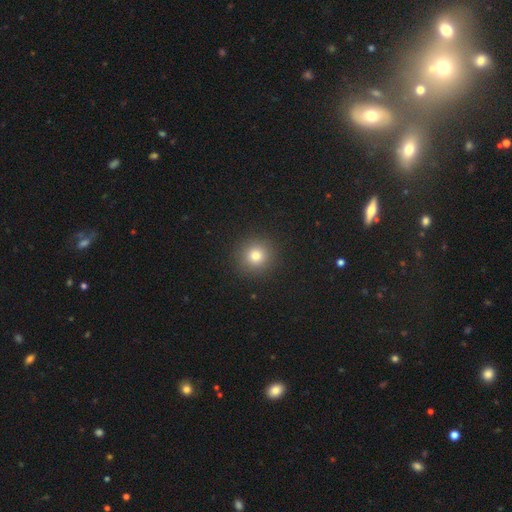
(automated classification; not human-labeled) Smooth or featured? Predicted: smooth (p=0.78). How rounded? Predicted: round (p=0.94). Merging? Predicted: none (p=0.92).